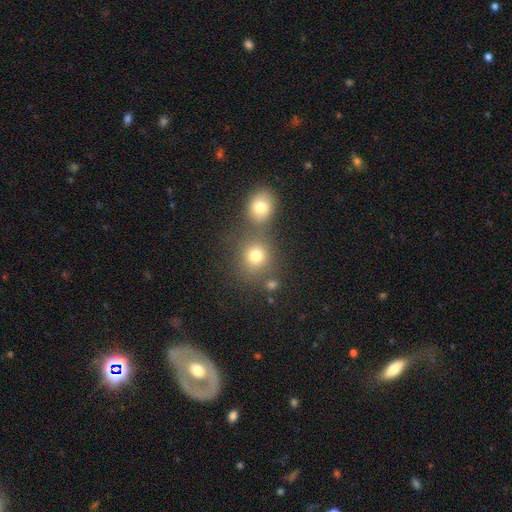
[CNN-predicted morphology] smooth 77%, star or artifact 15%, featured or disk 9%. Down the decision tree: how rounded — round (81%); merging — none (59%).